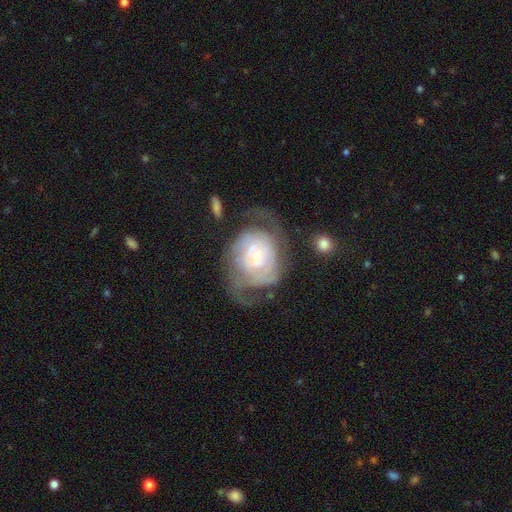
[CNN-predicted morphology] smooth-or-featured: featured or disk: 80% | smooth: 14% | star or artifact: 6%
  disk-edge-on: no: 97% | yes: 3%
    bar: no: 74% | weak: 20% | strong: 5%
    has-spiral-arms: yes: 87% | no: 13%
      spiral-winding: tight: 50% | medium: 33% | loose: 17%
      spiral-arm-count: 2: 44% | can't tell: 31% | 3: 11% | 1: 5% | 4: 5% | more than 4: 4%
    bulge-size: small: 69% | moderate: 24% | large: 4% | dominant: 2% | none: 2%
  merging: none: 47% | major disturbance: 29% | minor disturbance: 19% | merger: 4%